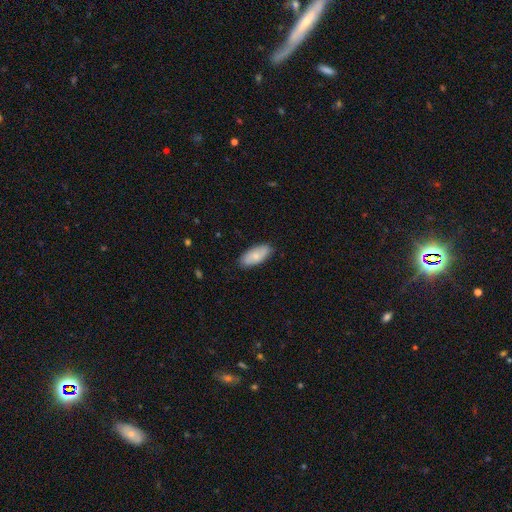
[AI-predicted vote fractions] Smooth or featured: smooth — 77% (featured or disk — 18%)
How rounded: in between — 87% (cigar-shaped — 11%)
Merging: none — 85% (minor disturbance — 12%)